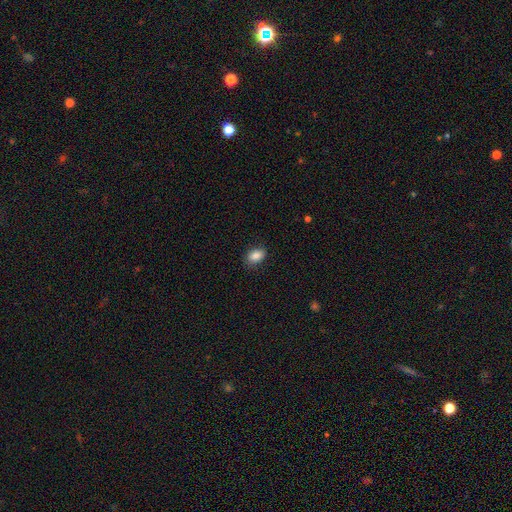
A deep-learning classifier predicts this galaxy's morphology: Overall: smooth (87%). How rounded: in between (83%). Merging: none (85%).